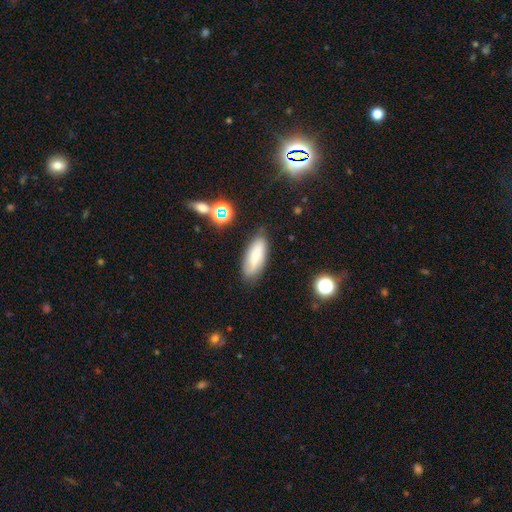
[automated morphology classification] A smooth galaxy with no disk features (72%) that is in between round and cigar-shaped (68%).

Vote fractions:
- Smooth or featured? smooth: 72% / featured or disk: 19% / star or artifact: 9%
- How rounded? in between: 68% / cigar-shaped: 29% / round: 2%
- Merging? none: 79% / minor disturbance: 15% / major disturbance: 3% / merger: 2%